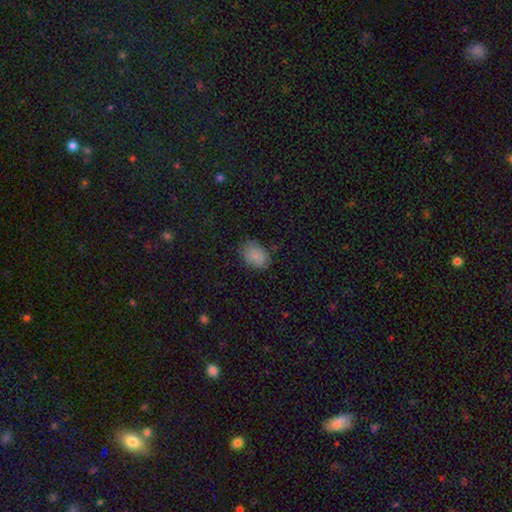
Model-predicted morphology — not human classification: Q: Smooth or featured?
A: smooth (86%); runner-up: star or artifact (9%)
Q: How rounded?
A: in between (76%); runner-up: round (23%)
Q: Merging?
A: none (77%); runner-up: minor disturbance (18%)